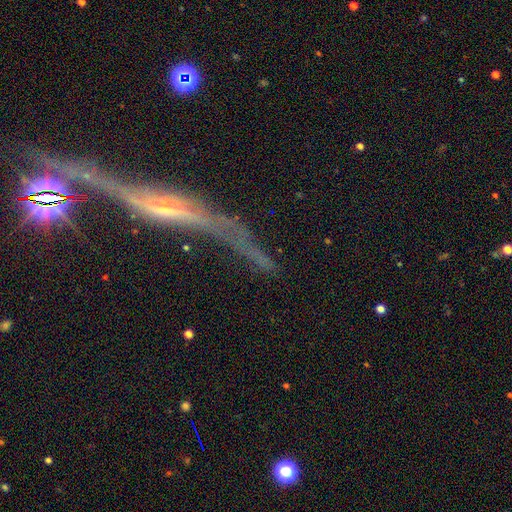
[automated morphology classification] The model was most divided on "merging": none: 54%, minor disturbance: 19%, major disturbance: 18%, merger: 8%. More confident: edge-on disk — yes (73%); smooth or featured — featured or disk (58%).